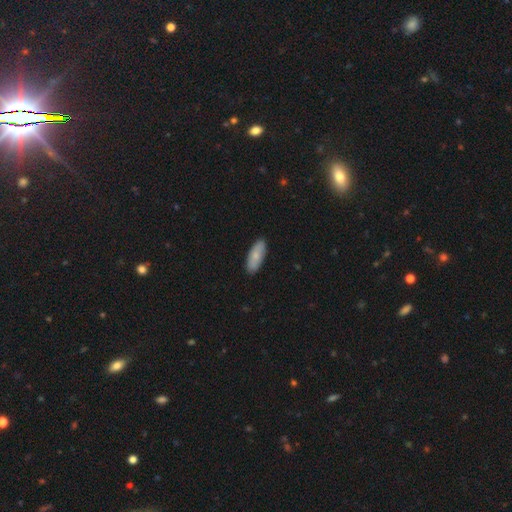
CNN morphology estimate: The model was most divided on "how rounded": in between: 80%, cigar-shaped: 18%, round: 2%. More confident: merging — none (89%); smooth or featured — smooth (79%).